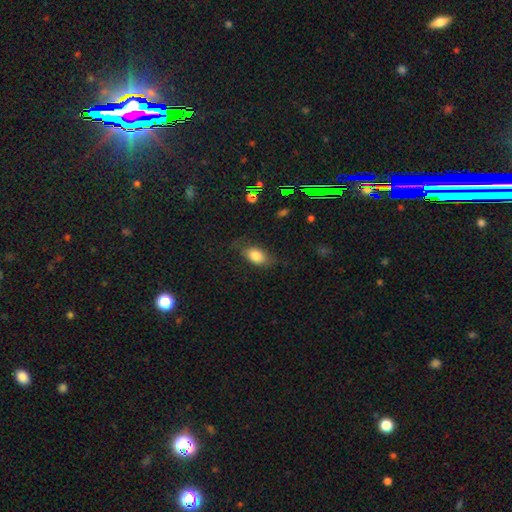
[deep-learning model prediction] Smooth or featured: smooth — 78% (featured or disk — 14%)
How rounded: in between — 87% (round — 8%)
Merging: none — 68% (minor disturbance — 22%)